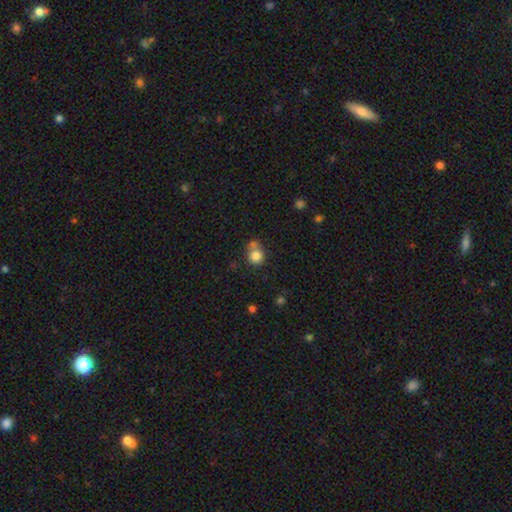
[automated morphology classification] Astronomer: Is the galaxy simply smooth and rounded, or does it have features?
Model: smooth — 81%.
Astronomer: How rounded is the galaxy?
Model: round — 85%.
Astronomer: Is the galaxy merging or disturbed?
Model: none — 50% (runner-up: merger, 34%).